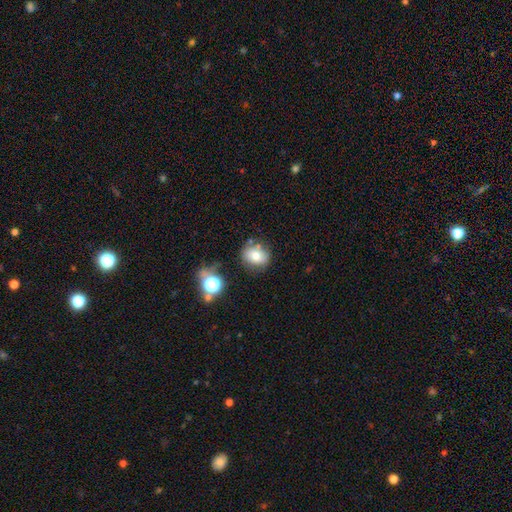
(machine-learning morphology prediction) Smooth or featured?
  - smooth: 72% *
  - featured or disk: 14%
  - star or artifact: 13%
How rounded?
  - round: 63% *
  - in between: 36%
  - cigar-shaped: 1%
Merging?
  - none: 69% *
  - minor disturbance: 17%
  - merger: 9%
  - major disturbance: 6%